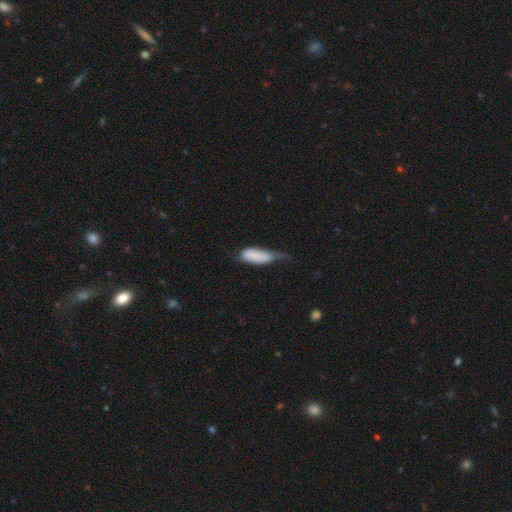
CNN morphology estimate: Smooth or featured? smooth (80%)
How rounded? in between (69%)
Merging? minor disturbance (44%)